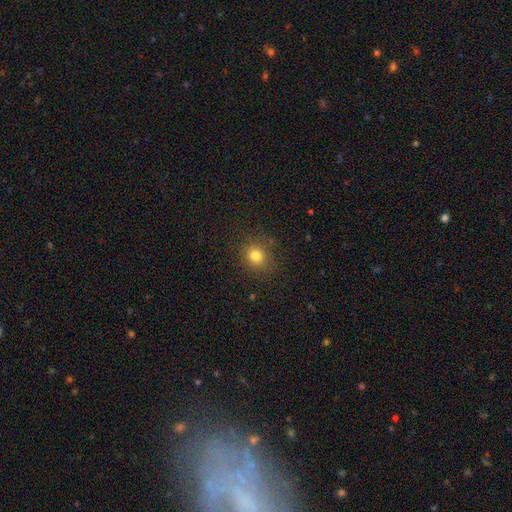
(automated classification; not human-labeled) A smooth galaxy with no disk features (80%) that is round (81%). Merging: none (84%).